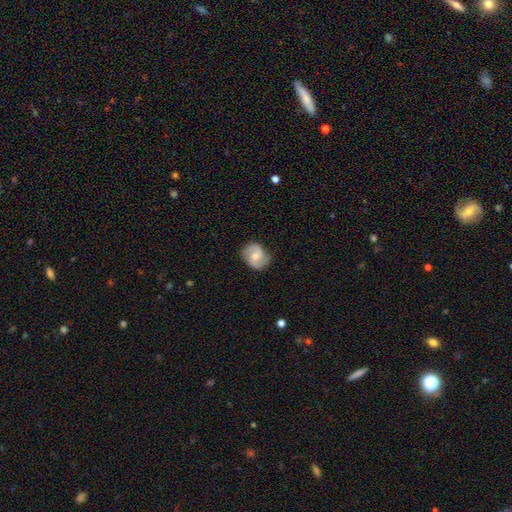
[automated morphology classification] Smooth or featured? Predicted: featured or disk (p=0.69). Edge-on disk? Predicted: no (p=0.98). Bar? Predicted: no (p=0.52). Spiral arms? Predicted: yes (p=0.93). Spiral winding? Predicted: medium (p=0.49). Spiral arm count? Predicted: 2 (p=0.88). Bulge size? Predicted: moderate (p=0.56). Merging? Predicted: none (p=0.77).